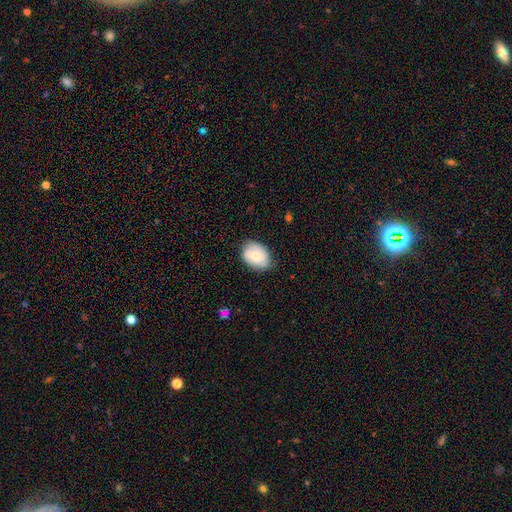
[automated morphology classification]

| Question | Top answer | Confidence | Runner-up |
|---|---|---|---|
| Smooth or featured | smooth | 63% | featured or disk (30%) |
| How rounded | in between | 74% | round (25%) |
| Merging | none | 77% | minor disturbance (18%) |